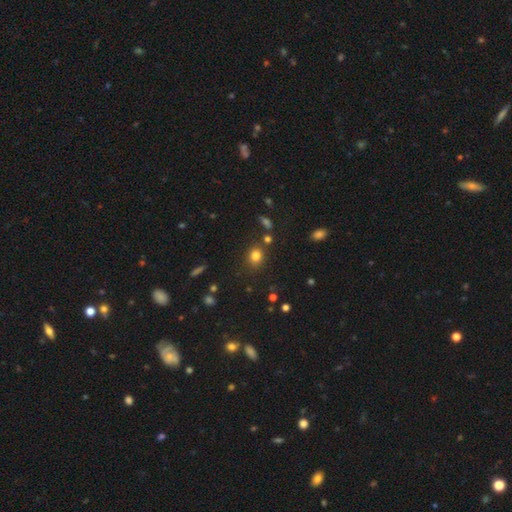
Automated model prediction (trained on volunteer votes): A smooth galaxy with no disk features (79%) that is round (65%). Merging: none (78%).